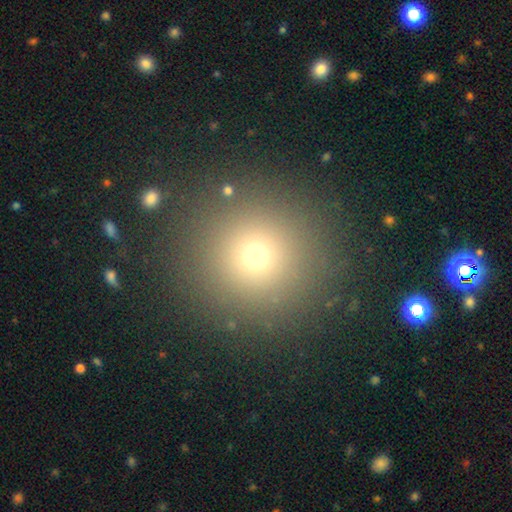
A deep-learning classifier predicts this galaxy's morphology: Smooth or featured?
  - smooth: 69% *
  - star or artifact: 23%
  - featured or disk: 9%
How rounded?
  - round: 95% *
  - in between: 4%
  - cigar-shaped: 1%
Merging?
  - none: 90% *
  - minor disturbance: 5%
  - major disturbance: 3%
  - merger: 2%